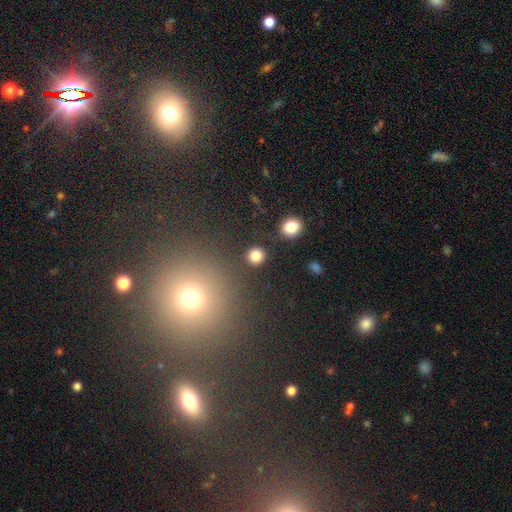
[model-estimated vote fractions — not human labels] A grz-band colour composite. It shows a smooth galaxy with no disk features (84%) that is round (91%). Merging: none (90%).